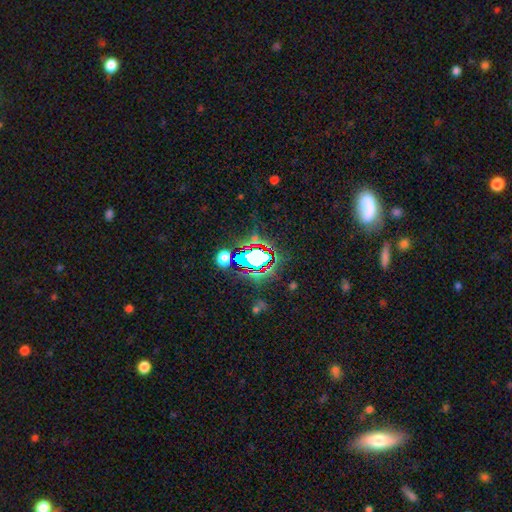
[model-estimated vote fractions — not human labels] Smooth or featured?
  - star or artifact: 63% *
  - smooth: 23%
  - featured or disk: 14%